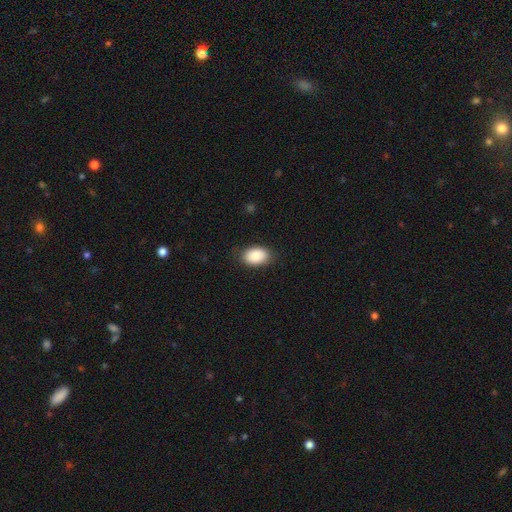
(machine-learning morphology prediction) Smooth or featured? smooth (89%)
How rounded? in between (88%)
Merging? none (83%)